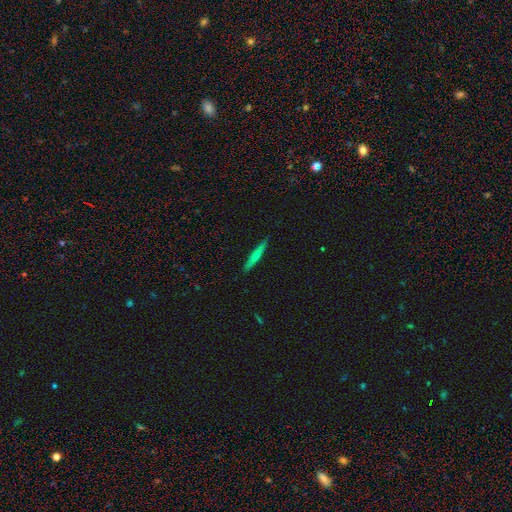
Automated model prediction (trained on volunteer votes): smooth 59%, featured or disk 35%, star or artifact 6%. Down the decision tree: how rounded — cigar-shaped (94%); merging — none (90%).